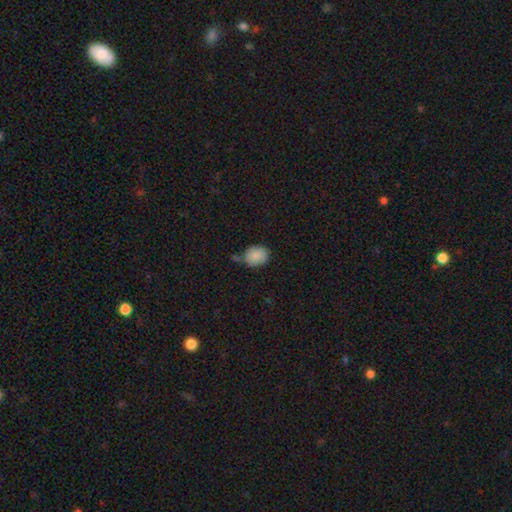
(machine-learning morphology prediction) This is clearly a smooth galaxy (87%). How rounded: possibly round (53%). Merging: likely none (61%).